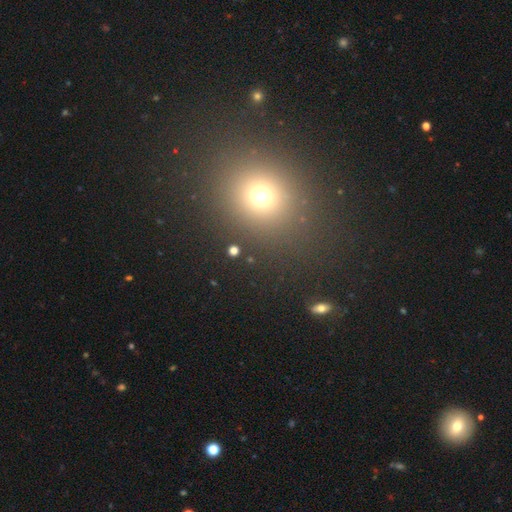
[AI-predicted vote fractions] The model was most divided on "smooth or featured": smooth: 62%, star or artifact: 31%, featured or disk: 7%. More confident: merging — none (89%); how rounded — round (71%).